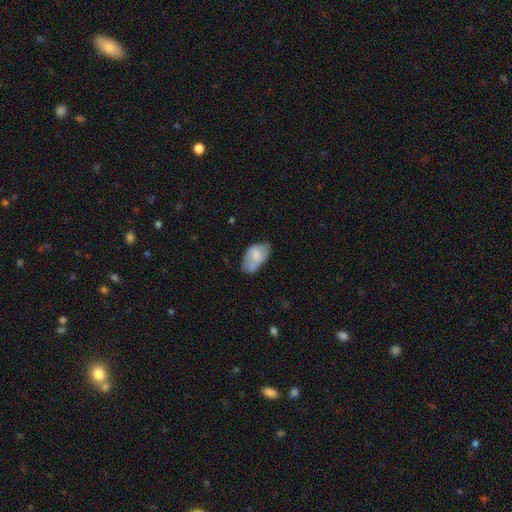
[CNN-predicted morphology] smooth_or_featured: smooth (p=0.68) [alt: featured or disk p=0.25]
how_rounded: in between (p=0.92) [alt: round p=0.07]
merging: none (p=0.37) [alt: minor disturbance p=0.35]